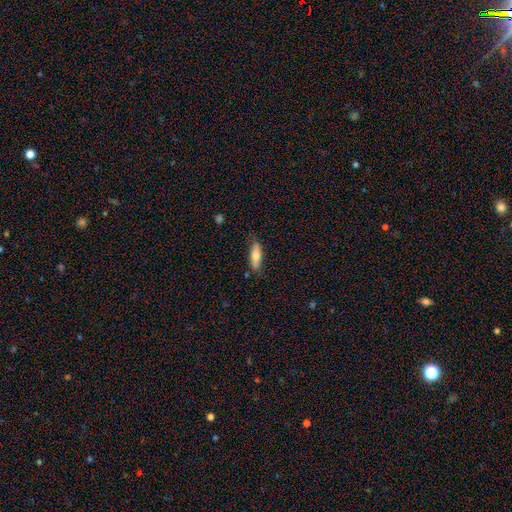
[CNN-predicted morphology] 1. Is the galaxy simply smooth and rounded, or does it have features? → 73% smooth, 21% featured or disk, 6% star or artifact.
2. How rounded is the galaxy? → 55% in between, 43% cigar-shaped, 2% round.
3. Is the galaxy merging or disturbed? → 78% none, 17% minor disturbance, 3% major disturbance, 2% merger.